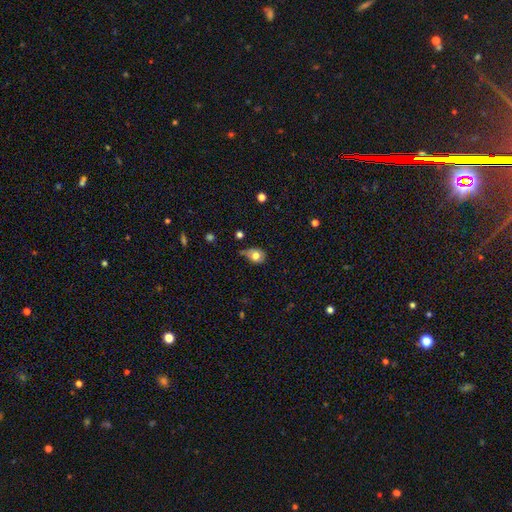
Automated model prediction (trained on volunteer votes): smooth_or_featured: smooth (p=0.74) [alt: featured or disk p=0.17]
how_rounded: in between (p=0.50) [alt: round p=0.49]
merging: none (p=0.42) [alt: minor disturbance p=0.38]